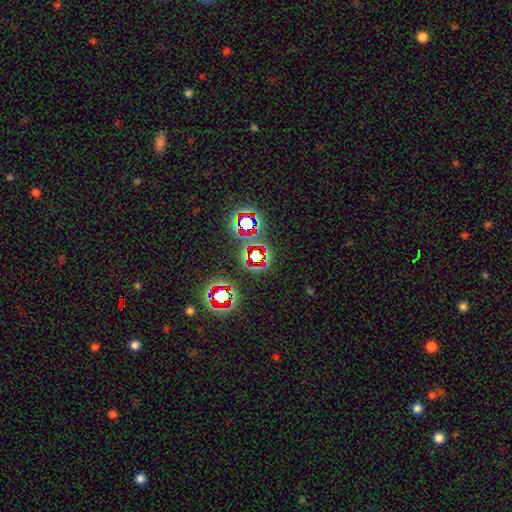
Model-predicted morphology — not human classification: This appears to be a star or artifact, not a galaxy (71%).